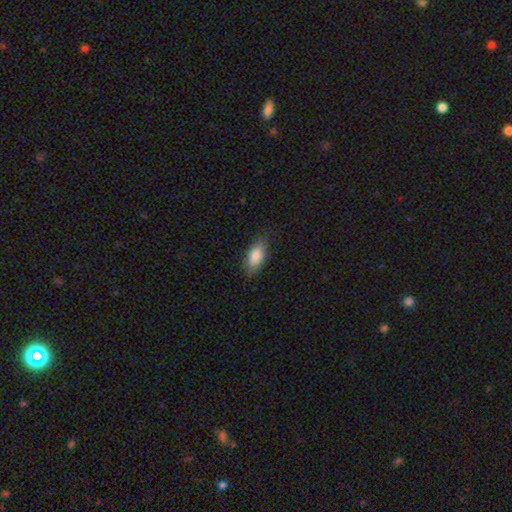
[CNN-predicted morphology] smooth 85%, featured or disk 9%, star or artifact 6%. Down the decision tree: how rounded — in between (87%); merging — none (81%).